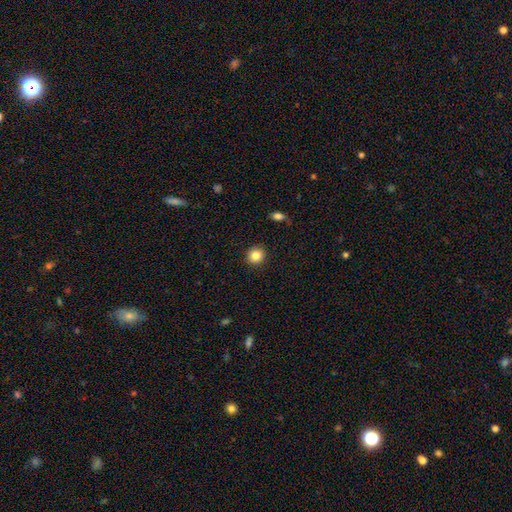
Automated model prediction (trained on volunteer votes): smooth 85%, star or artifact 10%, featured or disk 5%. Down the decision tree: how rounded — round (91%); merging — none (91%).